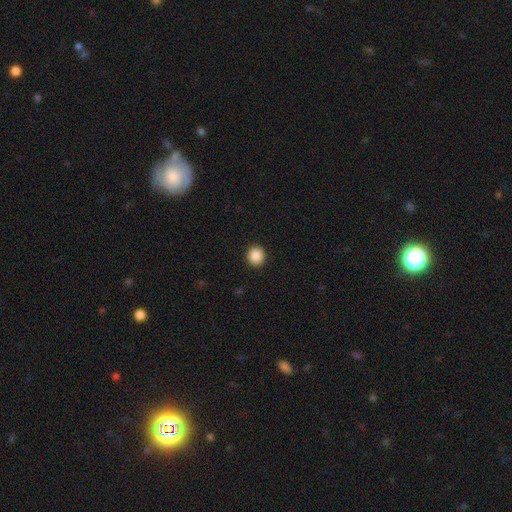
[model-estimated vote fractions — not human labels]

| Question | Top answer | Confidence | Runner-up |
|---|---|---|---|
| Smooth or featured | smooth | 88% | star or artifact (9%) |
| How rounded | round | 90% | in between (9%) |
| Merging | none | 92% | minor disturbance (5%) |